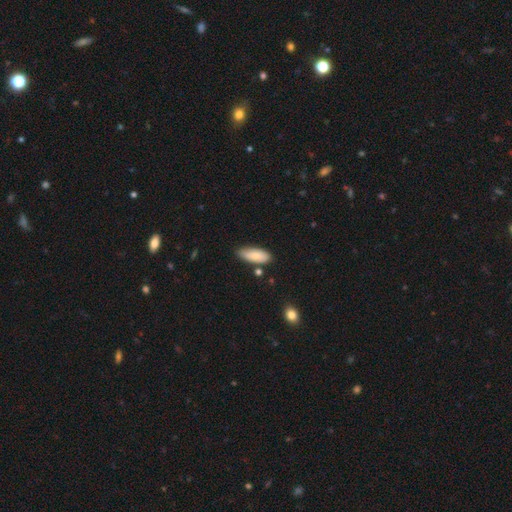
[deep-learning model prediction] Overall: smooth (84%). How rounded: in between (76%). Merging: none (73%).